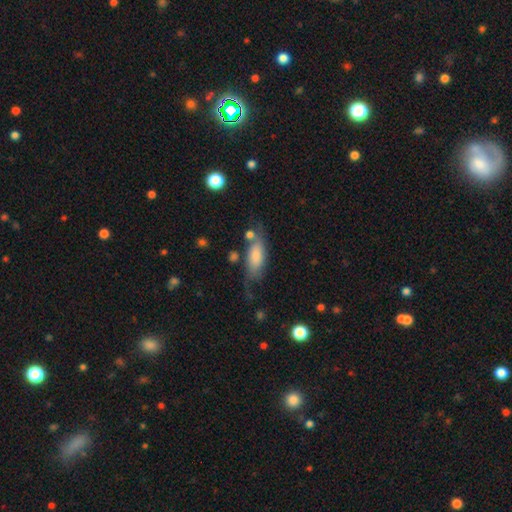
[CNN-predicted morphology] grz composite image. It shows a smooth galaxy with no disk features (72%) that is in between round and cigar-shaped (75%). Merging: none (51%).